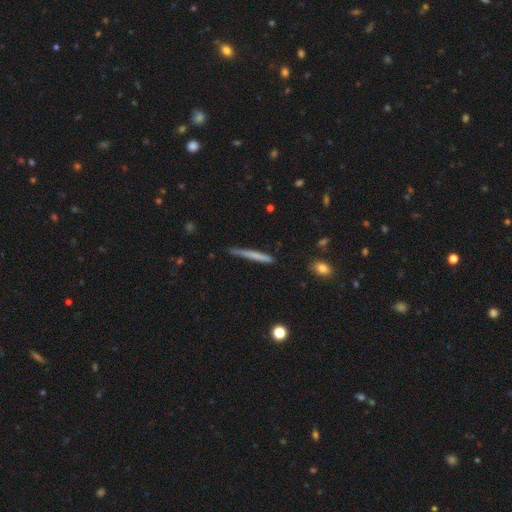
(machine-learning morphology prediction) This is likely a smooth galaxy (63%). How rounded: clearly cigar-shaped (96%). Merging: likely none (77%).